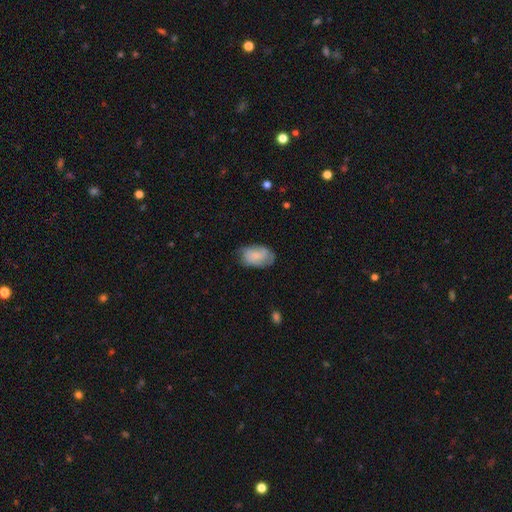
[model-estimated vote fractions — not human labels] Smooth or featured?
  - smooth: 66% *
  - featured or disk: 27%
  - star or artifact: 7%
How rounded?
  - in between: 92% *
  - round: 7%
  - cigar-shaped: 2%
Merging?
  - none: 63% *
  - minor disturbance: 27%
  - major disturbance: 8%
  - merger: 1%